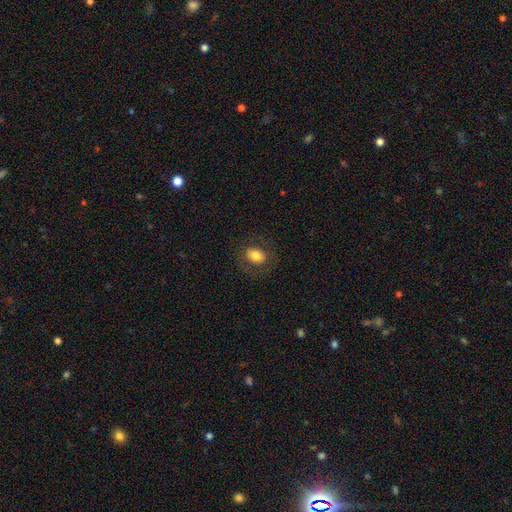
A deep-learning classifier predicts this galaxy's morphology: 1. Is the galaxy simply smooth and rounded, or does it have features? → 74% smooth, 16% featured or disk, 9% star or artifact.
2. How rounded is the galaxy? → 60% in between, 39% round, 1% cigar-shaped.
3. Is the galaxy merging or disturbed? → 79% none, 12% minor disturbance, 7% major disturbance, 1% merger.